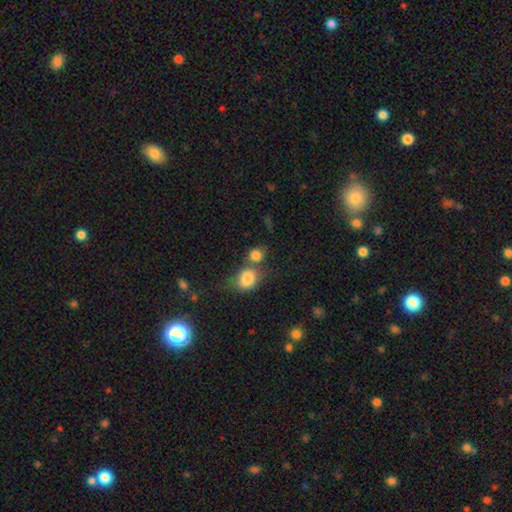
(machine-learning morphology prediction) smooth-or-featured: smooth: 82% | star or artifact: 10% | featured or disk: 8%
  how-rounded: round: 69% | in between: 30% | cigar-shaped: 1%
  merging: none: 44% | merger: 41% | minor disturbance: 10% | major disturbance: 5%